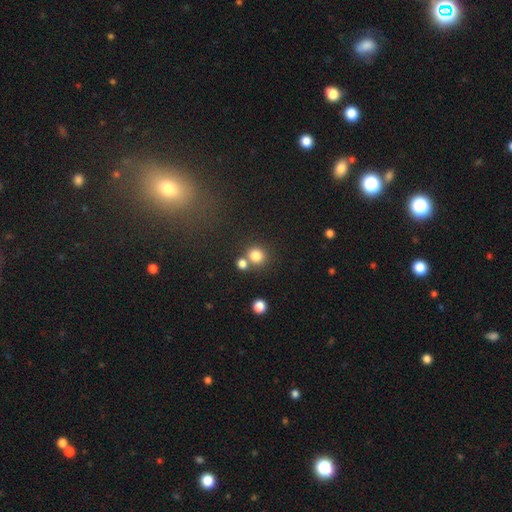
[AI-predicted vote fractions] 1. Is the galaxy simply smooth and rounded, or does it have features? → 81% smooth, 13% star or artifact, 6% featured or disk.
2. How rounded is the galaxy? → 85% round, 14% in between, 1% cigar-shaped.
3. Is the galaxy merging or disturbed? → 64% none, 24% merger, 8% minor disturbance, 3% major disturbance.